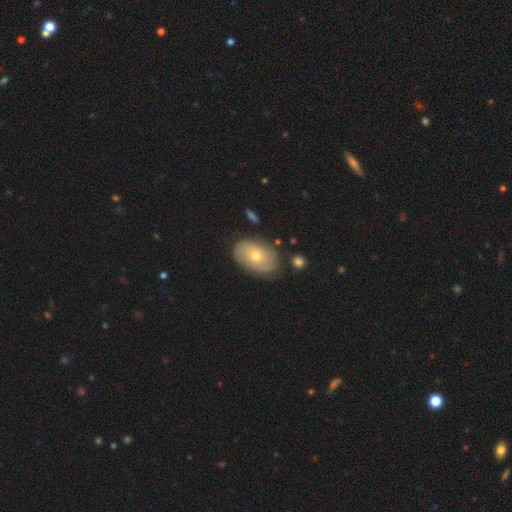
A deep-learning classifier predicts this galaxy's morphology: Smooth or featured? featured or disk (50%)
Merging? none (77%)